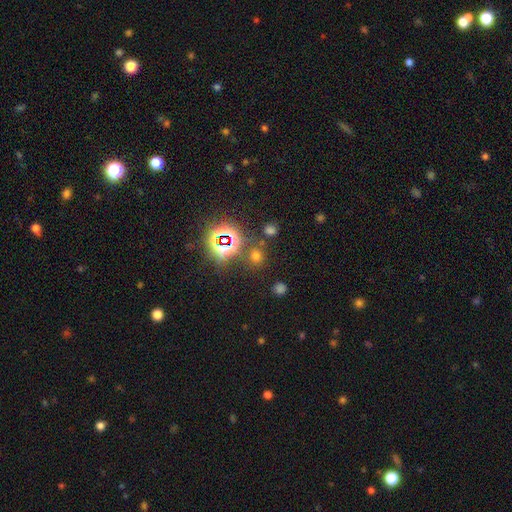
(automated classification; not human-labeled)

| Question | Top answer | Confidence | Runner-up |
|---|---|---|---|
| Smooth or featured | smooth | 51% | star or artifact (42%) |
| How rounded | round | 80% | in between (19%) |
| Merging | none | 78% | minor disturbance (9%) |